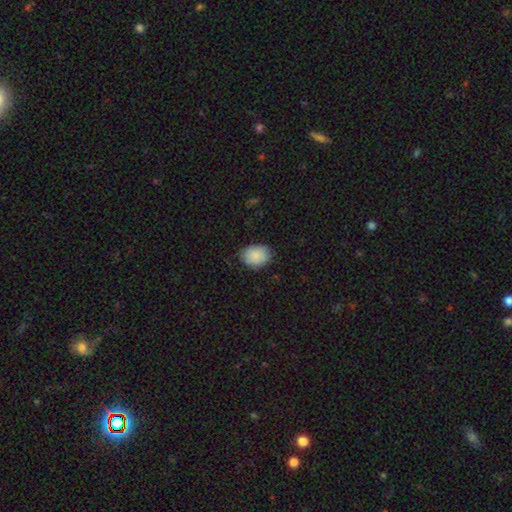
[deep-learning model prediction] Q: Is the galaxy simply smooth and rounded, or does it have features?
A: smooth — 87%.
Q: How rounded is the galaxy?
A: in between — 69%.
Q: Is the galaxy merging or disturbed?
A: none — 81%.